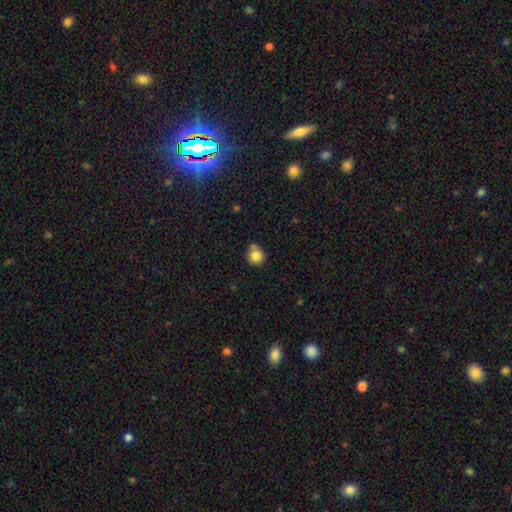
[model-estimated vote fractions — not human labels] Smooth or featured?
  - smooth: 83% *
  - star or artifact: 10%
  - featured or disk: 7%
How rounded?
  - round: 89% *
  - in between: 10%
  - cigar-shaped: 1%
Merging?
  - none: 66% *
  - minor disturbance: 18%
  - merger: 13%
  - major disturbance: 4%